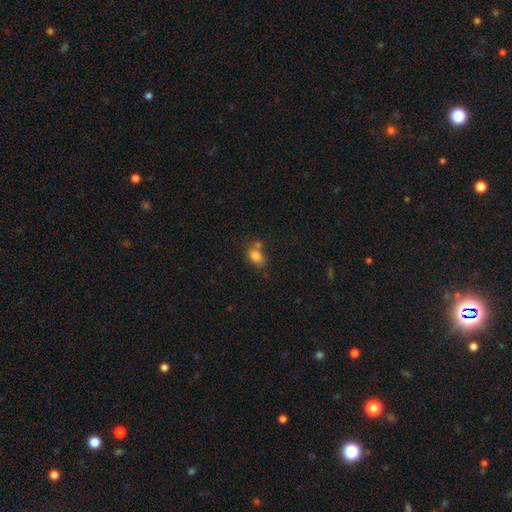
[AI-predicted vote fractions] A smooth galaxy with no disk features (80%) that is in between round and cigar-shaped (77%). Merging: none (49%).